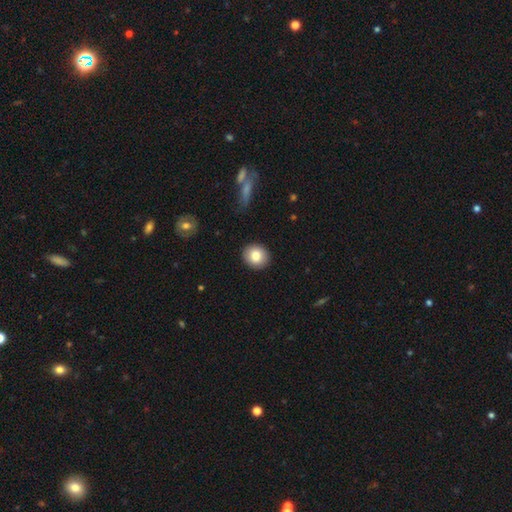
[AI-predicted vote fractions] This appears to be a smooth galaxy with no disk features (83%) that is round (76%). Merging: none (90%).